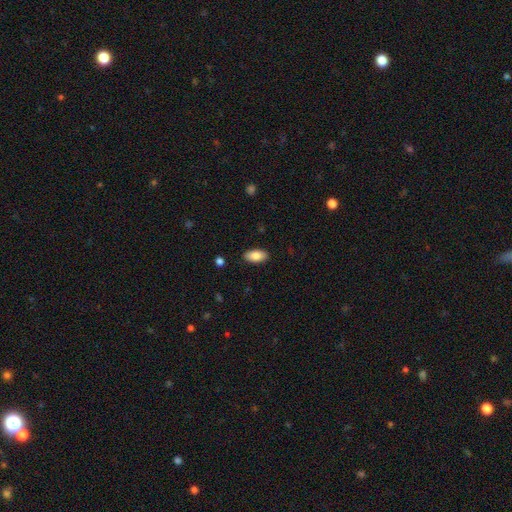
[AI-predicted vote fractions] Smooth or featured: smooth — 84% (featured or disk — 9%)
How rounded: in between — 92% (cigar-shaped — 5%)
Merging: none — 89% (minor disturbance — 8%)